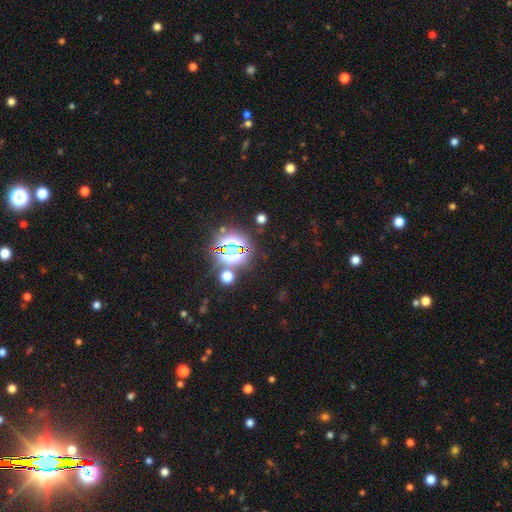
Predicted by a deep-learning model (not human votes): Morphology: type=star or artifact (77%).